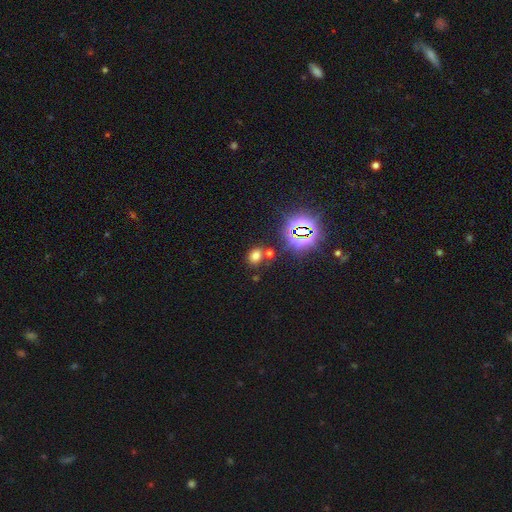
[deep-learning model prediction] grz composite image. It shows a smooth galaxy with no disk features (62%) that is in between round and cigar-shaped (51%). Merging: none (72%).